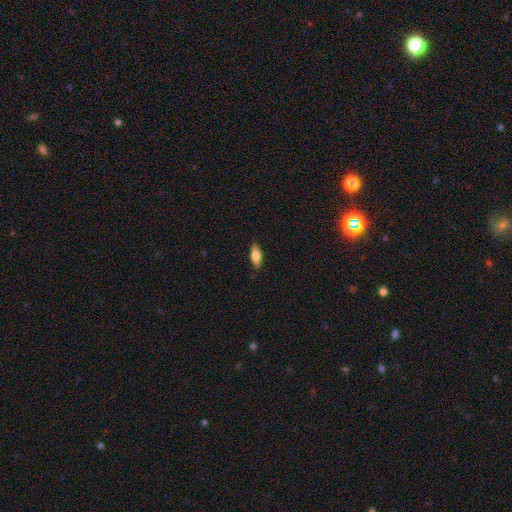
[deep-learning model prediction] smooth 72%, featured or disk 22%, star or artifact 6%. Down the decision tree: how rounded — in between (70%); merging — none (88%).